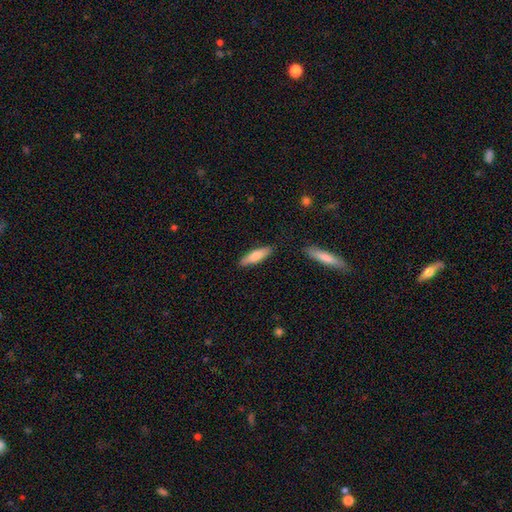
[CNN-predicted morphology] smooth-or-featured: smooth: 72% | featured or disk: 23% | star or artifact: 6%
  how-rounded: cigar-shaped: 64% | in between: 35% | round: 2%
  merging: none: 85% | minor disturbance: 10% | merger: 2% | major disturbance: 2%